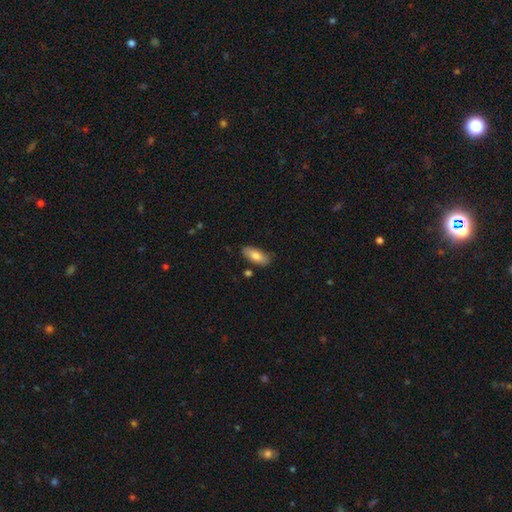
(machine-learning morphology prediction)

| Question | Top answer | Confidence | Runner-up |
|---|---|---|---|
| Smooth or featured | smooth | 80% | featured or disk (14%) |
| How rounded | in between | 82% | cigar-shaped (16%) |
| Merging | none | 82% | minor disturbance (13%) |